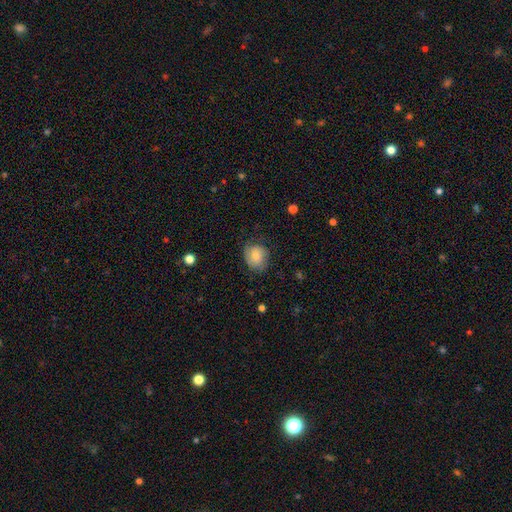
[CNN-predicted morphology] smooth-or-featured: smooth: 74% | featured or disk: 19% | star or artifact: 8%
  how-rounded: round: 64% | in between: 35% | cigar-shaped: 1%
  merging: none: 68% | minor disturbance: 23% | major disturbance: 7% | merger: 1%